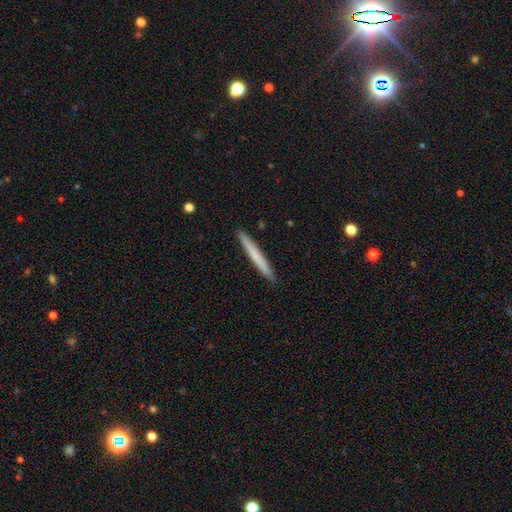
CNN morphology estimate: Smooth or featured? Predicted: smooth (p=0.67). How rounded? Predicted: cigar-shaped (p=0.97). Merging? Predicted: none (p=0.93).